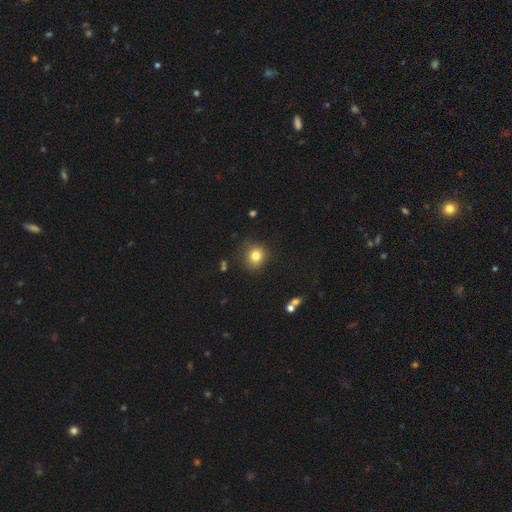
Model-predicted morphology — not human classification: Q: Smooth or featured?
A: smooth (81%); runner-up: star or artifact (12%)
Q: How rounded?
A: round (86%); runner-up: in between (13%)
Q: Merging?
A: none (84%); runner-up: minor disturbance (11%)